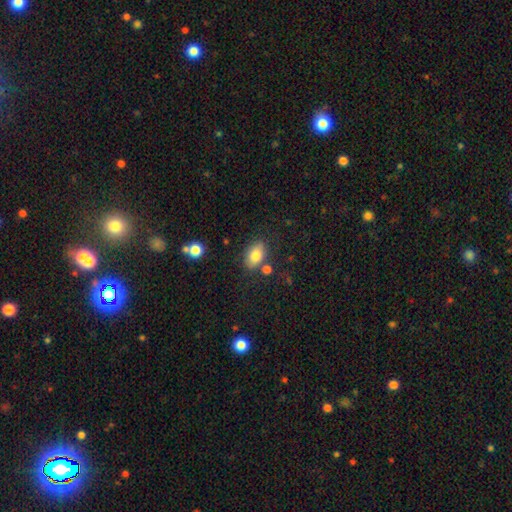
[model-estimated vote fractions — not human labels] This is likely a smooth galaxy (80%). How rounded: clearly in between (84%). Merging: likely none (76%).